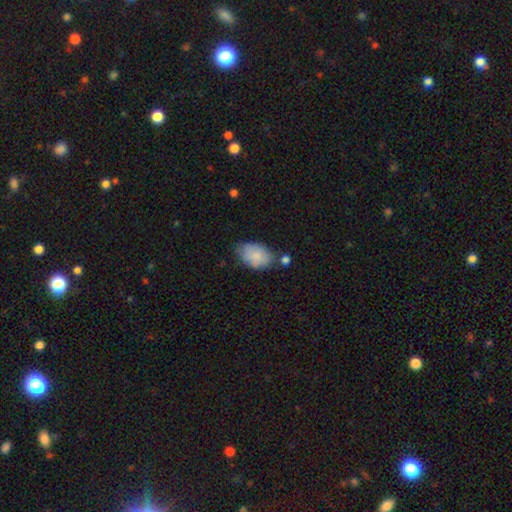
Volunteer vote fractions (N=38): Q: Smooth or featured?
A: smooth (84%); runner-up: featured or disk (8%)
Q: How rounded?
A: in between (97%); runner-up: round (3%)
Q: Merging?
A: none (43%); runner-up: minor disturbance (37%)